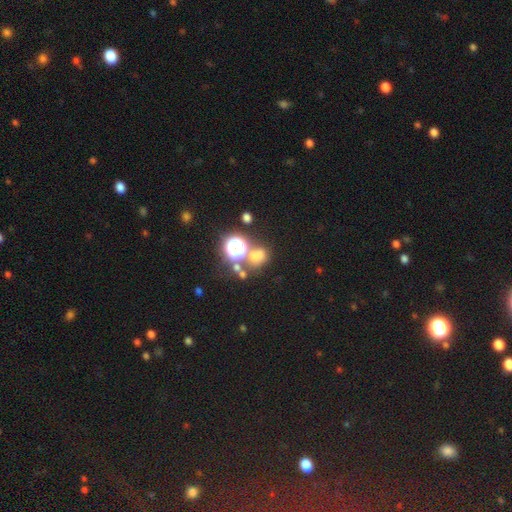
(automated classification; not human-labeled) Smooth or featured? smooth (55%)
How rounded? round (64%)
Merging? none (51%)